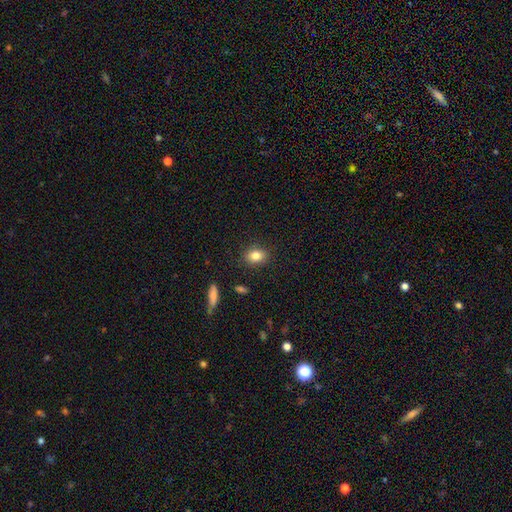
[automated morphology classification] smooth_or_featured: smooth (p=0.82) [alt: star or artifact p=0.09]
how_rounded: in between (p=0.63) [alt: round p=0.35]
merging: none (p=0.87) [alt: minor disturbance p=0.09]